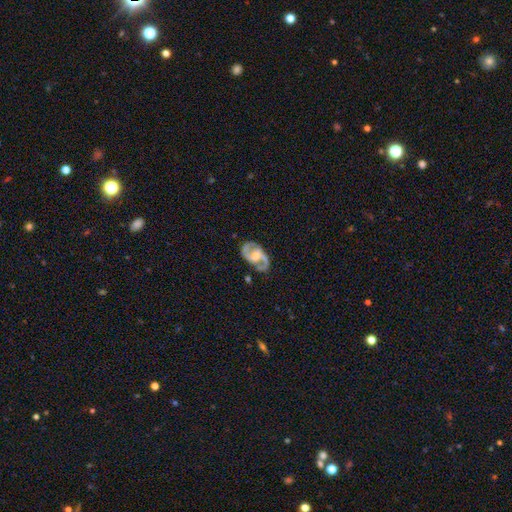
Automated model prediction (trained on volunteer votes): Smooth or featured?
  - featured or disk: 88% *
  - smooth: 7%
  - star or artifact: 5%
Edge-on disk?
  - no: 97% *
  - yes: 3%
Bar?
  - weak: 44% *
  - no: 39%
  - strong: 17%
Spiral arms?
  - yes: 96% *
  - no: 4%
Spiral winding?
  - medium: 58% *
  - loose: 23%
  - tight: 20%
Spiral arm count?
  - 2: 92% *
  - can't tell: 3%
  - 3: 2%
  - 1: 2%
  - 4: 1%
  - more than 4: 1%
Bulge size?
  - moderate: 60% *
  - small: 26%
  - large: 8%
  - none: 5%
  - dominant: 1%
Merging?
  - none: 76% *
  - minor disturbance: 16%
  - major disturbance: 6%
  - merger: 2%